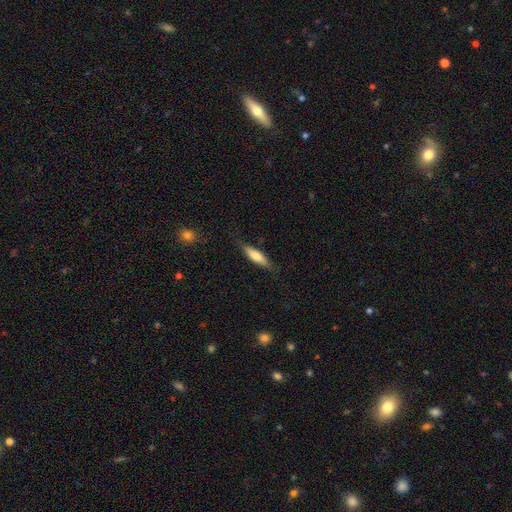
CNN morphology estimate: Q: Smooth or featured?
A: smooth (61%); runner-up: featured or disk (33%)
Q: How rounded?
A: cigar-shaped (71%); runner-up: in between (27%)
Q: Merging?
A: none (80%); runner-up: minor disturbance (15%)